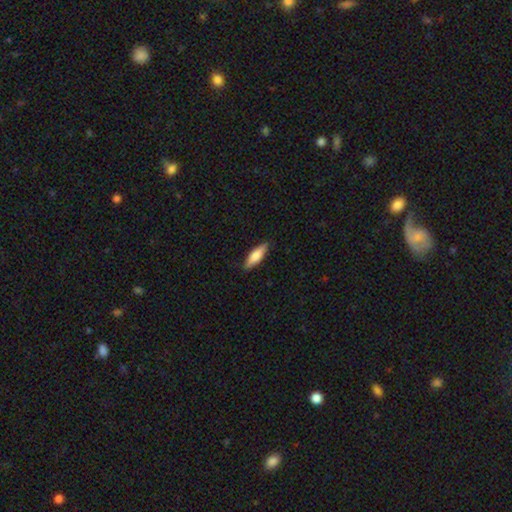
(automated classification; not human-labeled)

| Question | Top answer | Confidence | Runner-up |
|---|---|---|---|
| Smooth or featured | smooth | 73% | featured or disk (22%) |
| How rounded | cigar-shaped | 51% | in between (47%) |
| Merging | none | 87% | minor disturbance (10%) |